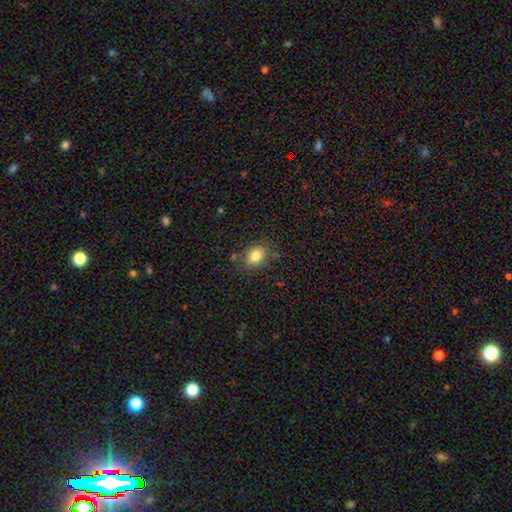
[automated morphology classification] A smooth galaxy with no disk features (82%) that is in between round and cigar-shaped (64%). Merging: none (79%).